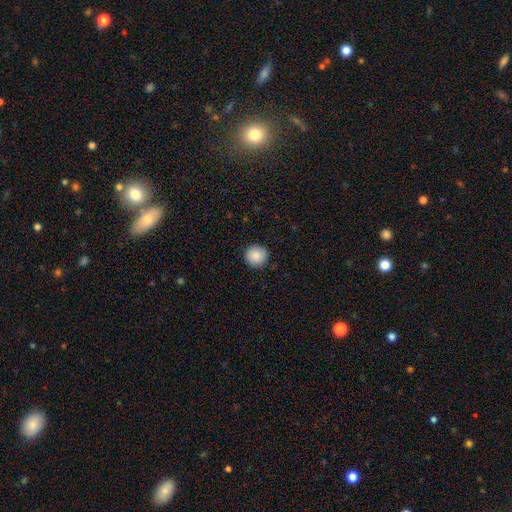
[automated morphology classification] Overall: smooth (88%). How rounded: round (95%). Merging: none (91%).